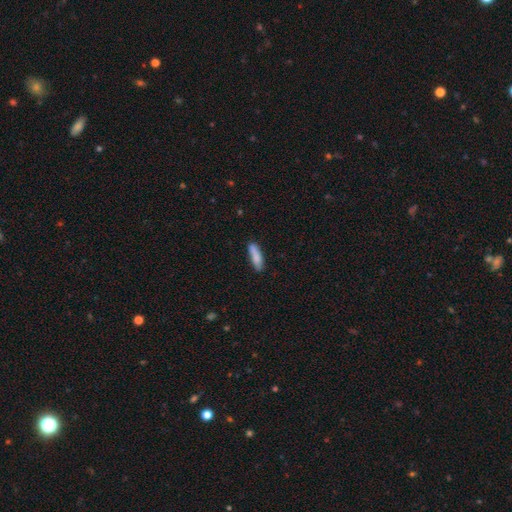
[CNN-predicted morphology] Smooth or featured? smooth (85%)
How rounded? cigar-shaped (68%)
Merging? none (78%)